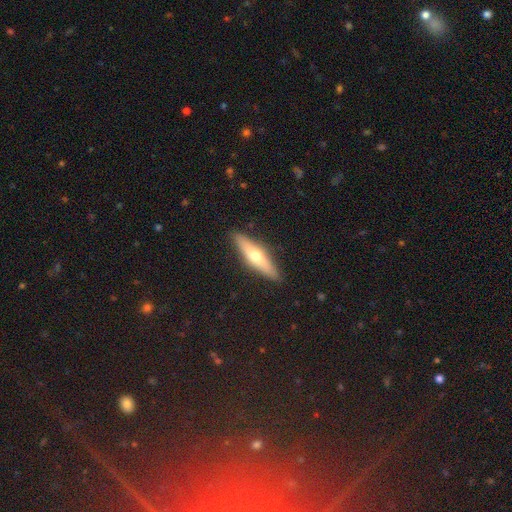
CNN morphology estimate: smooth_or_featured: smooth (p=0.49) [alt: featured or disk p=0.45]
merging: none (p=0.88) [alt: minor disturbance p=0.09]